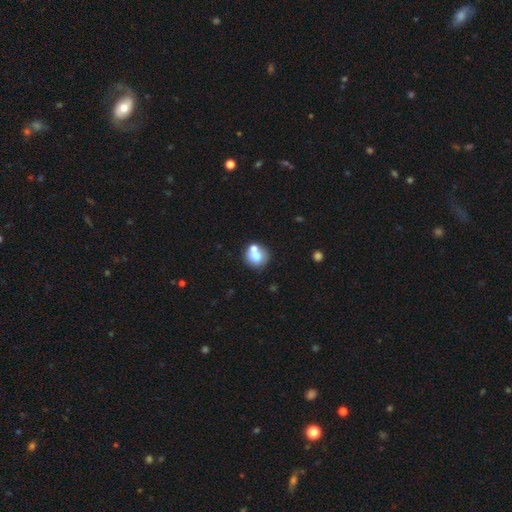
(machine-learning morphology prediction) Q: Smooth or featured?
A: smooth (70%); runner-up: featured or disk (19%)
Q: How rounded?
A: round (86%); runner-up: in between (13%)
Q: Merging?
A: none (53%); runner-up: merger (35%)